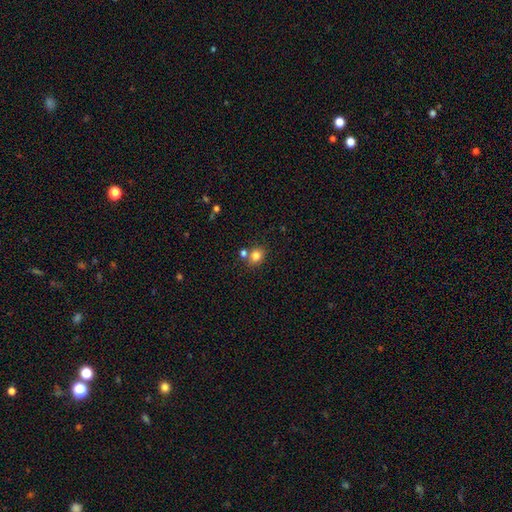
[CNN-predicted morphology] smooth 81%, star or artifact 12%, featured or disk 8%. Down the decision tree: how rounded — round (70%); merging — none (67%).